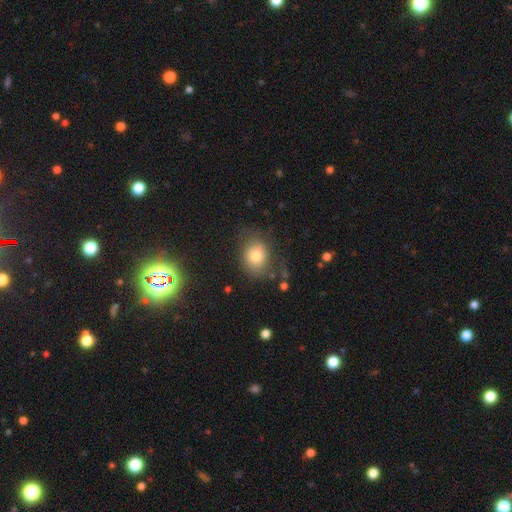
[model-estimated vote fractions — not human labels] smooth-or-featured: smooth: 76% | featured or disk: 14% | star or artifact: 10%
  how-rounded: round: 52% | in between: 47% | cigar-shaped: 1%
  merging: none: 67% | minor disturbance: 19% | major disturbance: 11% | merger: 3%